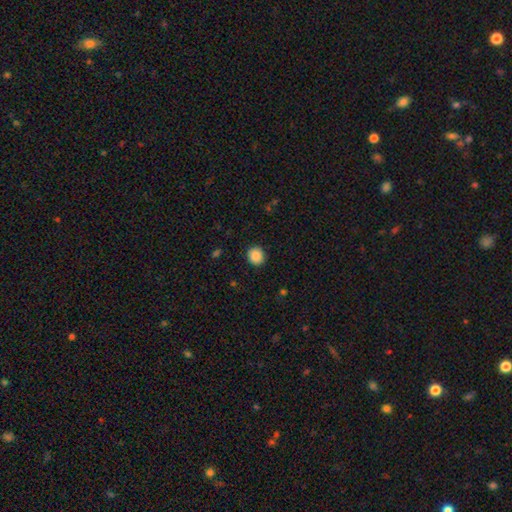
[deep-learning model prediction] smooth_or_featured: smooth (p=0.88) [alt: star or artifact p=0.09]
how_rounded: round (p=0.81) [alt: in between p=0.18]
merging: none (p=0.90) [alt: minor disturbance p=0.07]